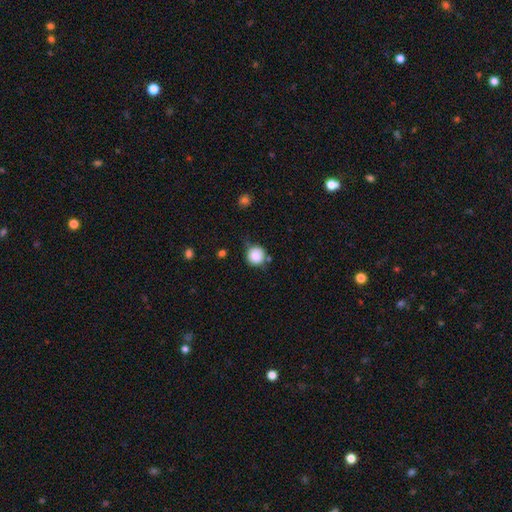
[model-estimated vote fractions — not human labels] smooth_or_featured: smooth (p=0.84) [alt: star or artifact p=0.10]
how_rounded: round (p=0.93) [alt: in between p=0.06]
merging: none (p=0.70) [alt: minor disturbance p=0.20]